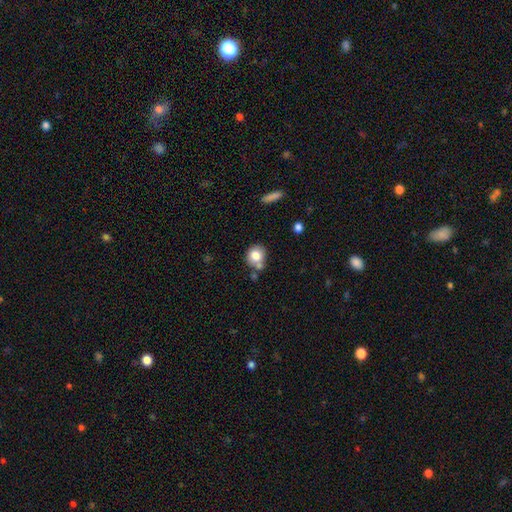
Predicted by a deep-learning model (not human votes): Smooth or featured: smooth — 79% (featured or disk — 11%)
How rounded: round — 79% (in between — 20%)
Merging: none — 57% (merger — 21%)